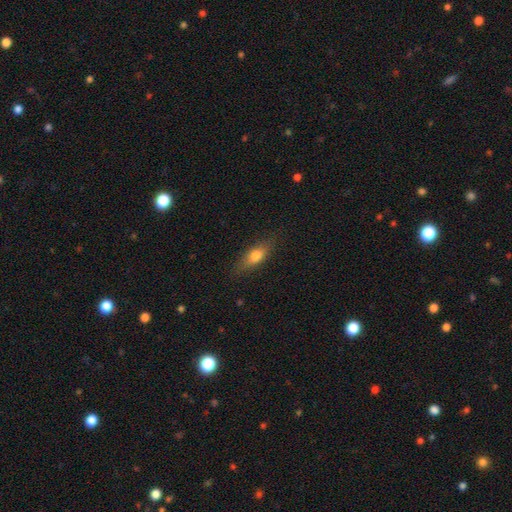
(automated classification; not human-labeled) Q: Smooth or featured?
A: smooth (69%); runner-up: featured or disk (23%)
Q: How rounded?
A: in between (62%); runner-up: cigar-shaped (33%)
Q: Merging?
A: none (80%); runner-up: minor disturbance (15%)